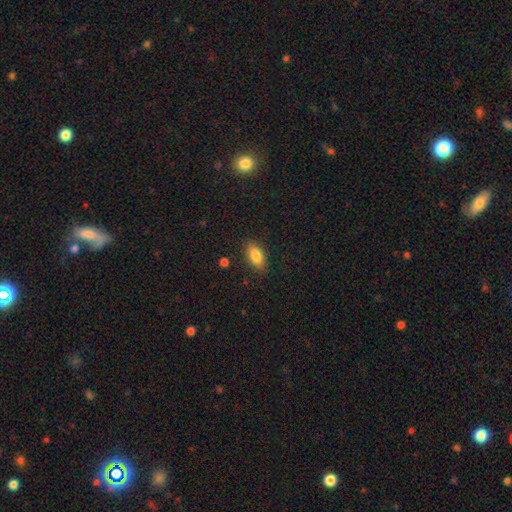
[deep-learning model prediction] Smooth or featured?
  - smooth: 83% *
  - featured or disk: 9%
  - star or artifact: 8%
How rounded?
  - in between: 90% *
  - round: 6%
  - cigar-shaped: 4%
Merging?
  - none: 85% *
  - minor disturbance: 11%
  - major disturbance: 3%
  - merger: 1%